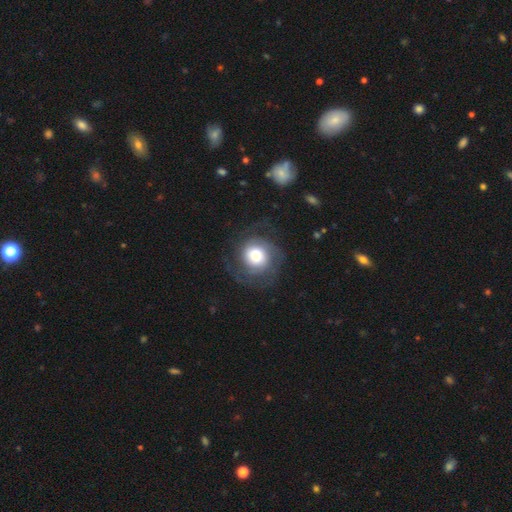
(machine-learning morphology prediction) This appears to be a featured or disk galaxy (63%) with no bar (79%), 2 (43%) tight (46%) spiral arms (87%) and a large central bulge (43%). Merging: none (68%).